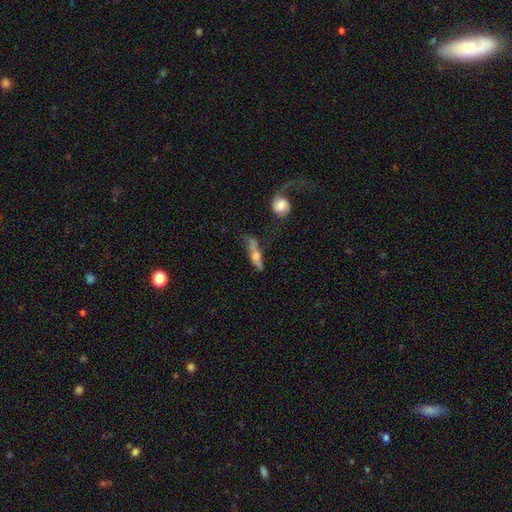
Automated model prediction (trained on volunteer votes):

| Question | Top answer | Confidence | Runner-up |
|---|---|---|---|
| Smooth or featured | featured or disk | 55% | smooth (36%) |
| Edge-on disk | yes | 73% | no (27%) |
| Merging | none | 47% | minor disturbance (21%) |